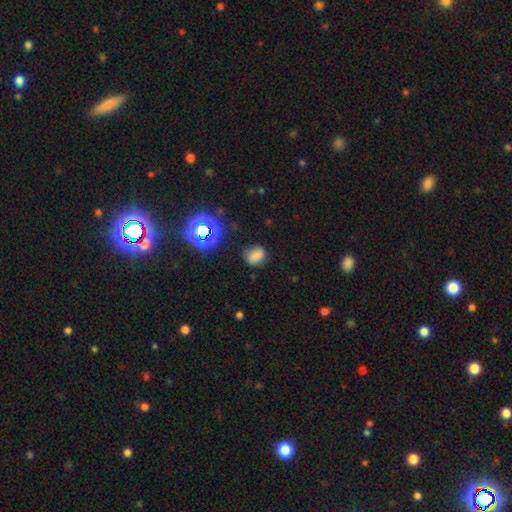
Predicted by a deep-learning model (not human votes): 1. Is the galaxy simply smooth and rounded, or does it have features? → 72% smooth, 19% star or artifact, 9% featured or disk.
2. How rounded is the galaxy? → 56% in between, 42% round, 2% cigar-shaped.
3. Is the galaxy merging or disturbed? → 73% none, 18% minor disturbance, 6% major disturbance, 3% merger.